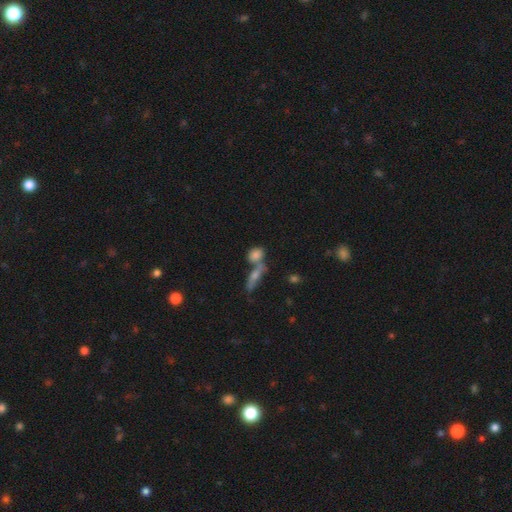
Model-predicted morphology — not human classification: type=smooth (75%); roundness=in between (52%); merging=merger (43%).